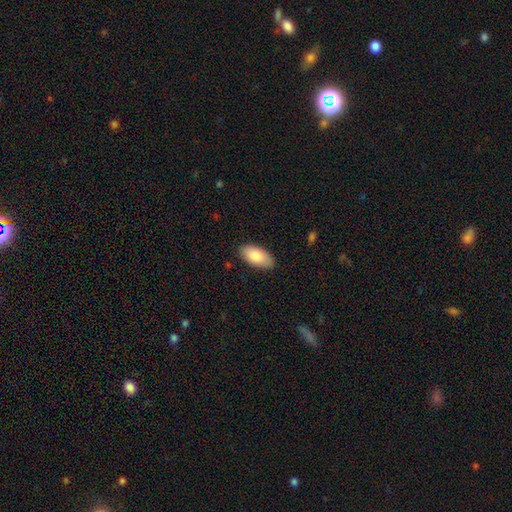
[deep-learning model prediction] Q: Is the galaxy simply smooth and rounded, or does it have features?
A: smooth — 84%.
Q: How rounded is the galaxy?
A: in between — 94%.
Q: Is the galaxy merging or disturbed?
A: none — 86%.